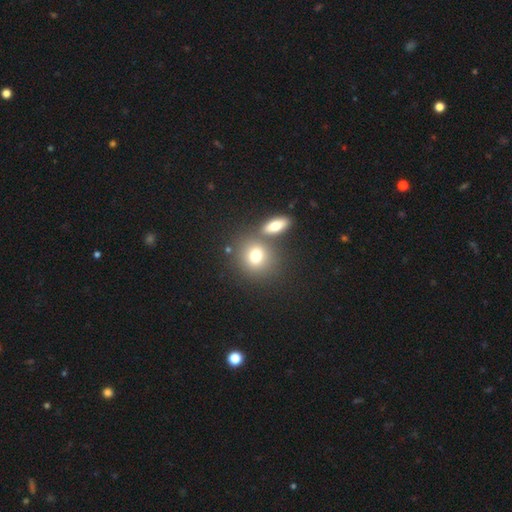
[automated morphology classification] Overall: smooth (75%). How rounded: round (72%). Merging: none (59%; merger 28%).